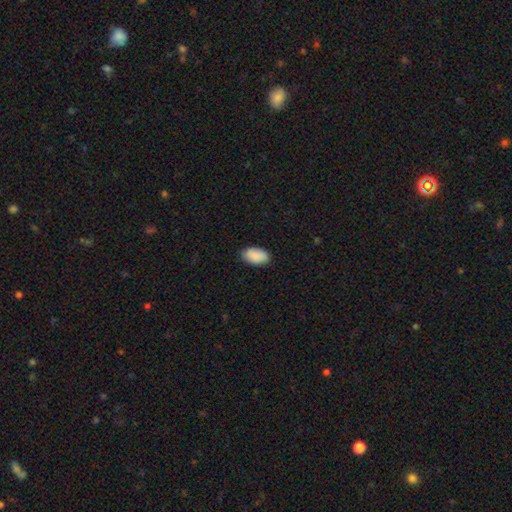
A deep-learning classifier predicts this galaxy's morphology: Smooth or featured: smooth — 89% (star or artifact — 6%)
How rounded: in between — 95% (round — 3%)
Merging: none — 85% (minor disturbance — 12%)